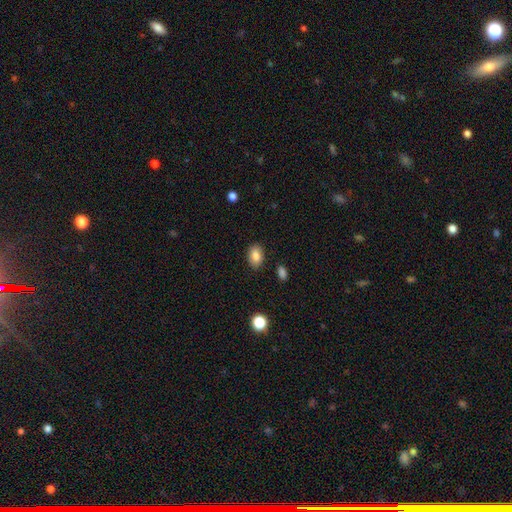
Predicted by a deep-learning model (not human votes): Morphology: type=smooth (85%); roundness=in between (79%); merging=none (86%).